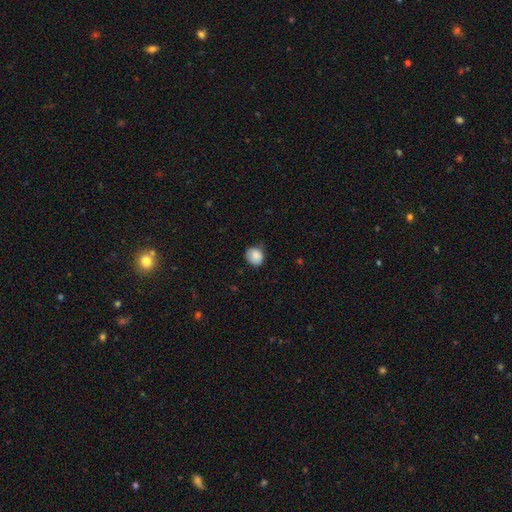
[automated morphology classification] smooth-or-featured: smooth: 86% | star or artifact: 8% | featured or disk: 6%
  how-rounded: round: 76% | in between: 23% | cigar-shaped: 1%
  merging: none: 69% | minor disturbance: 25% | major disturbance: 4% | merger: 1%